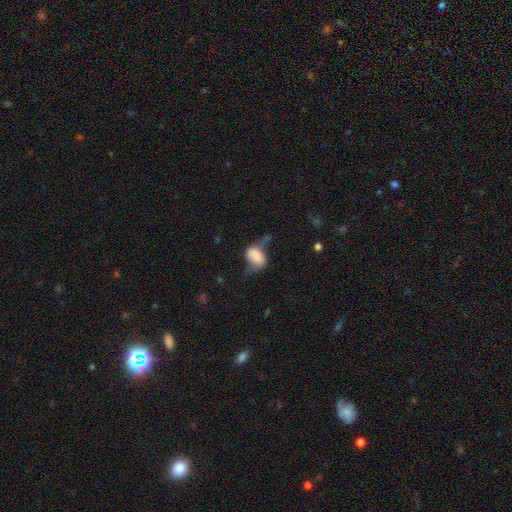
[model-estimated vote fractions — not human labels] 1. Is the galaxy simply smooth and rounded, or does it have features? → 65% smooth, 26% featured or disk, 9% star or artifact.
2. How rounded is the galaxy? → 81% in between, 17% round, 2% cigar-shaped.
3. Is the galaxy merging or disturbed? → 30% minor disturbance (tied), 30% none (tied), 30% major disturbance (tied), 11% merger.